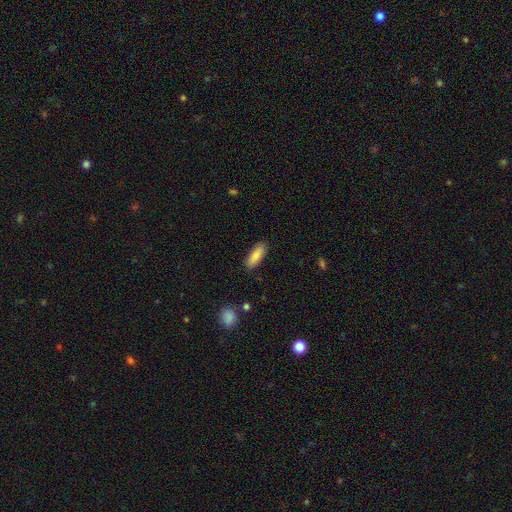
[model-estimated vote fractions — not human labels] Smooth or featured?
  - smooth: 85% *
  - featured or disk: 9%
  - star or artifact: 6%
How rounded?
  - in between: 67% *
  - cigar-shaped: 31%
  - round: 2%
Merging?
  - none: 88% *
  - minor disturbance: 9%
  - major disturbance: 2%
  - merger: 1%